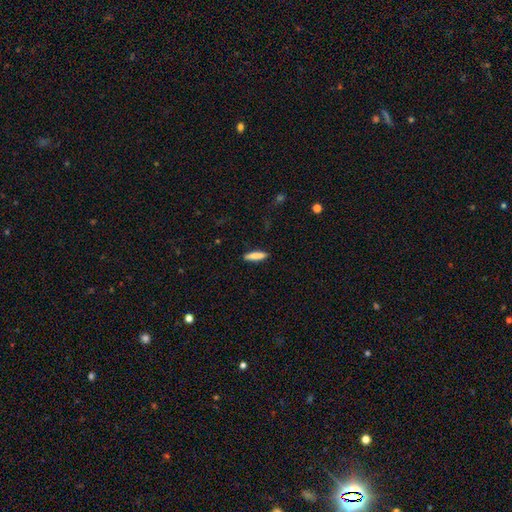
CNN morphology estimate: This is clearly a smooth galaxy (83%). How rounded: likely cigar-shaped (76%). Merging: clearly none (89%).